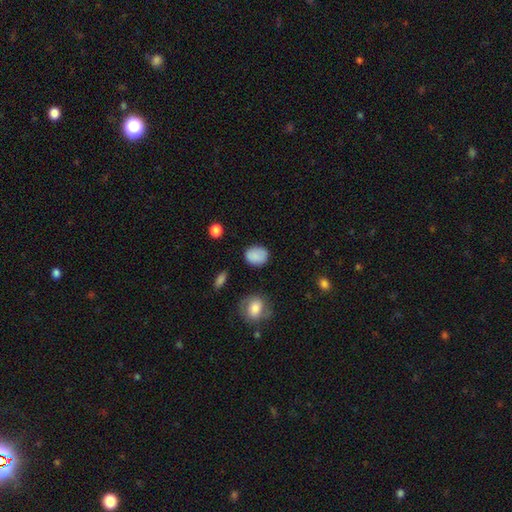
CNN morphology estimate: Smooth or featured?
  - smooth: 86% *
  - star or artifact: 8%
  - featured or disk: 6%
How rounded?
  - in between: 52% *
  - round: 47%
  - cigar-shaped: 1%
Merging?
  - none: 80% *
  - minor disturbance: 14%
  - major disturbance: 4%
  - merger: 2%